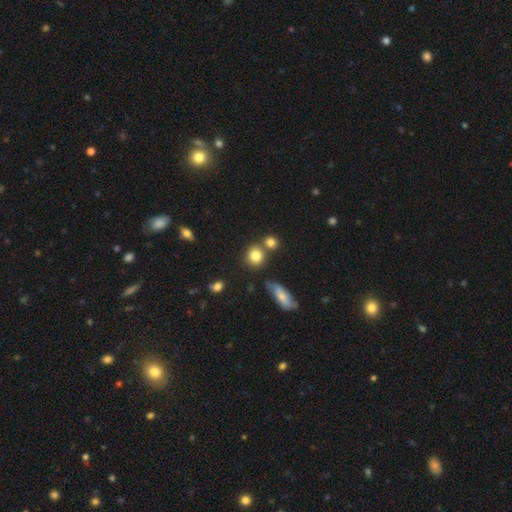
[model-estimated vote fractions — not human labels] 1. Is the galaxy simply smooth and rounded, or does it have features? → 82% smooth, 11% star or artifact, 8% featured or disk.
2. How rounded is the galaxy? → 78% round, 20% in between, 2% cigar-shaped.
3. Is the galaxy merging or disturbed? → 65% none, 21% merger, 11% minor disturbance, 4% major disturbance.